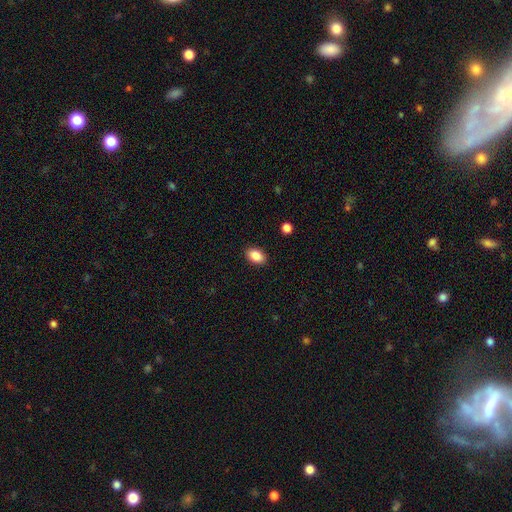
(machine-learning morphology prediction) Smooth or featured? smooth (87%)
How rounded? in between (87%)
Merging? none (89%)